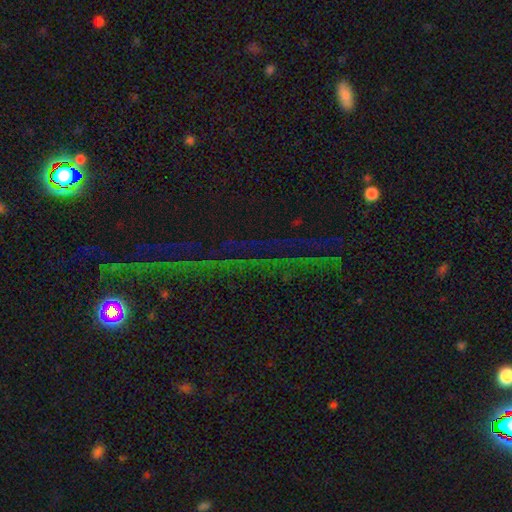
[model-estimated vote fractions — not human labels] A star or artifact, not a galaxy (79%).

Vote fractions:
- Smooth or featured? star or artifact: 79% / featured or disk: 11% / smooth: 10%